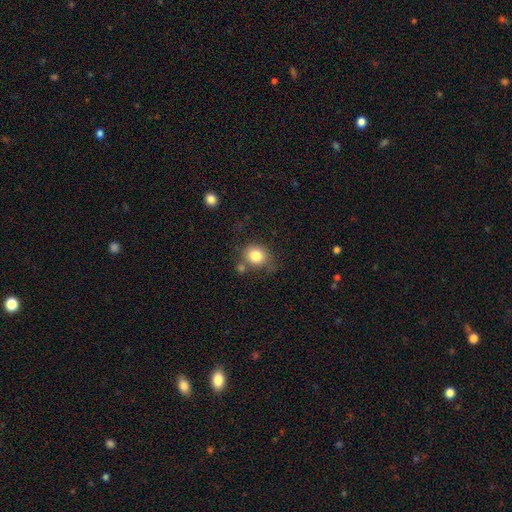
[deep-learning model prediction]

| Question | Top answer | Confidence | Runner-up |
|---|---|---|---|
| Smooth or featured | smooth | 81% | star or artifact (10%) |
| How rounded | round | 74% | in between (25%) |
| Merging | none | 61% | minor disturbance (18%) |